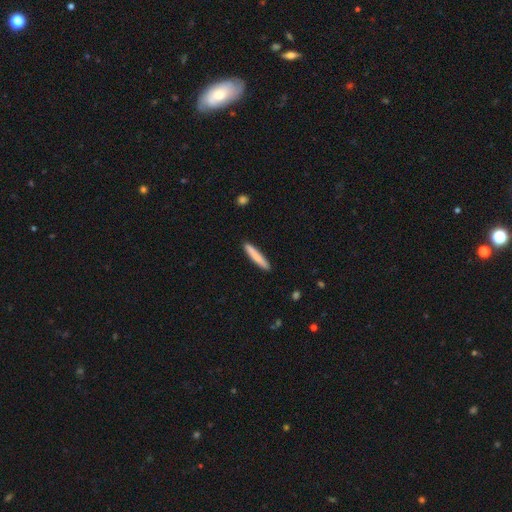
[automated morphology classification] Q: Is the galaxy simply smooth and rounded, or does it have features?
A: smooth — 81%.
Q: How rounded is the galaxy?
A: cigar-shaped — 94%.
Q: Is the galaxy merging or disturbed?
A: none — 90%.